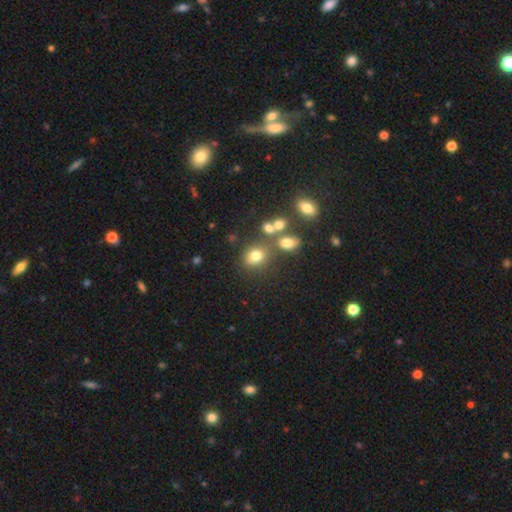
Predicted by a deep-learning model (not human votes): A smooth galaxy with no disk features (73%) that is round (60%). Merging: none (61%).